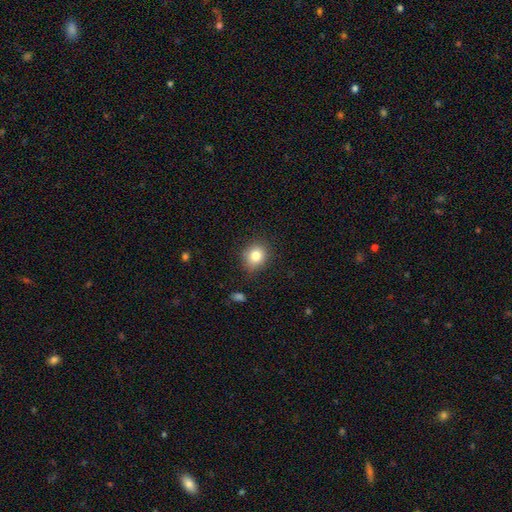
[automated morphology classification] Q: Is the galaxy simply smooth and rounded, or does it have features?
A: smooth — 81%.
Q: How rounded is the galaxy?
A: round — 72%.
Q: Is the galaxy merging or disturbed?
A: none — 83%.